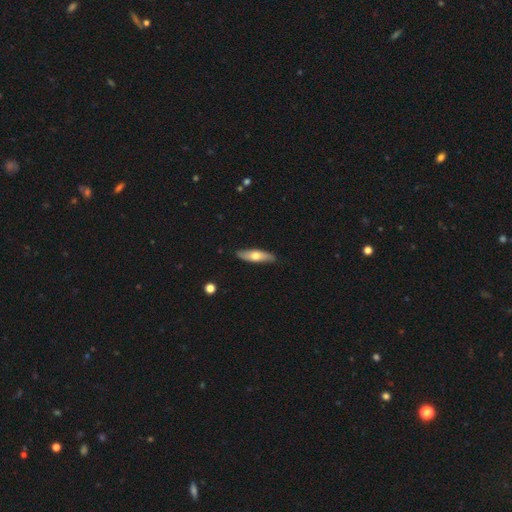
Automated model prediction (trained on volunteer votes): This appears to be a smooth galaxy with no disk features (57%) that is cigar-shaped (58%). Merging: none (87%).